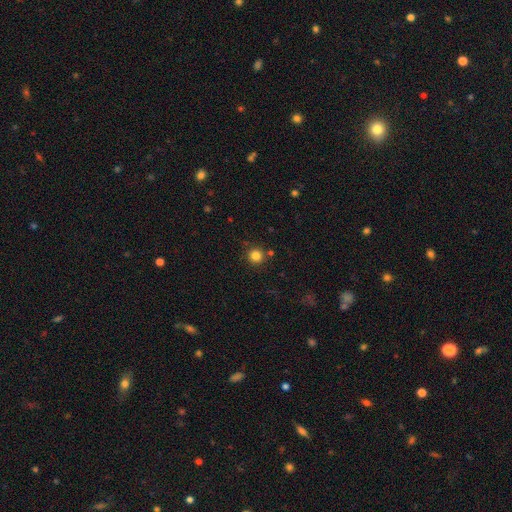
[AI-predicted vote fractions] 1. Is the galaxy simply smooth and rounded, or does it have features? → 82% smooth, 13% star or artifact, 5% featured or disk.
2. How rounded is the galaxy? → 94% round, 5% in between, 1% cigar-shaped.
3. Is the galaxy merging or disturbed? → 86% none, 7% minor disturbance, 4% merger, 2% major disturbance.